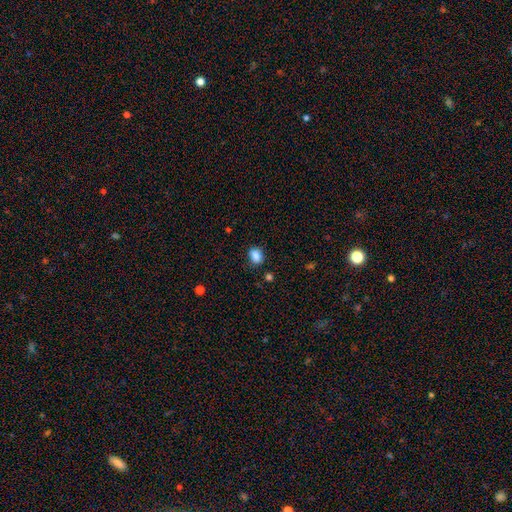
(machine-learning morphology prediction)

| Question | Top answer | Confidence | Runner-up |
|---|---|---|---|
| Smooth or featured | smooth | 86% | star or artifact (9%) |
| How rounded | in between | 57% | round (42%) |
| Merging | none | 78% | minor disturbance (16%) |